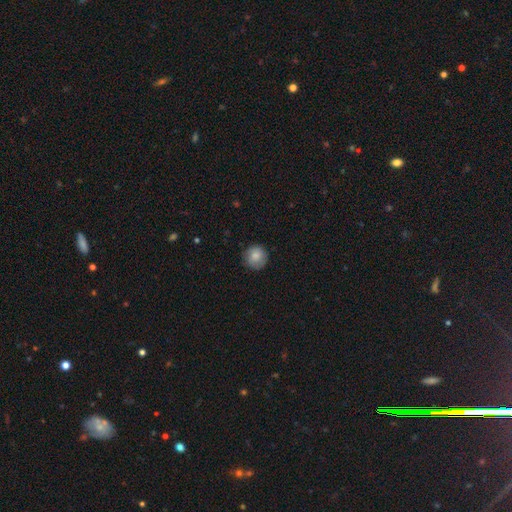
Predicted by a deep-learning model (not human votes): Smooth or featured? Predicted: smooth (p=0.85). How rounded? Predicted: round (p=0.93). Merging? Predicted: none (p=0.84).